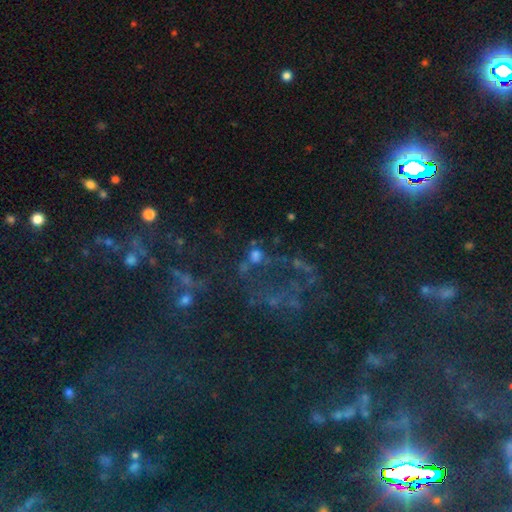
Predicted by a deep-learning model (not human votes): The model was most divided on "smooth or featured": smooth: 40%, star or artifact: 38%, featured or disk: 22%. More confident: merging — none (53%).